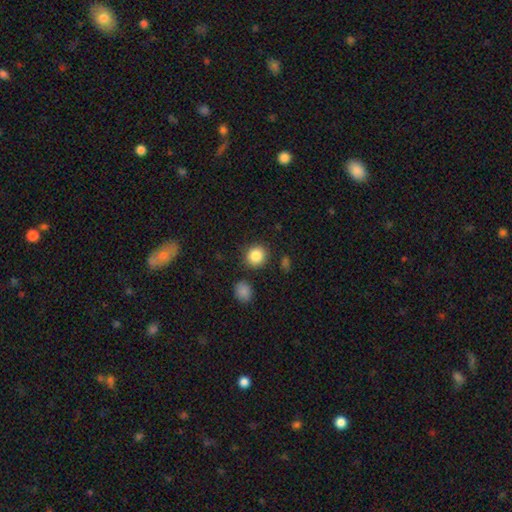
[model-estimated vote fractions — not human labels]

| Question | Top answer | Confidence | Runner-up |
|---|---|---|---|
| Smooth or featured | smooth | 86% | star or artifact (9%) |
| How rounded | round | 86% | in between (13%) |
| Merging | none | 86% | minor disturbance (8%) |